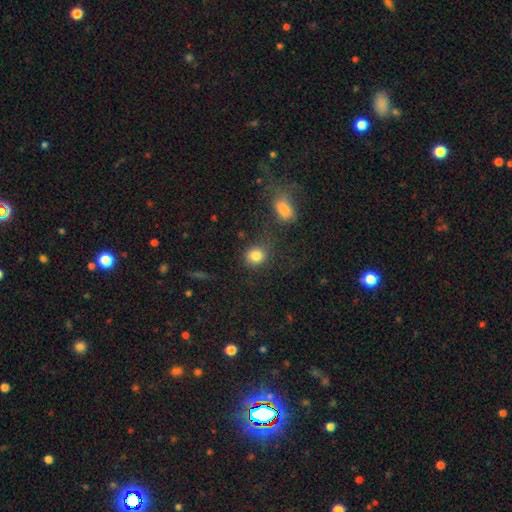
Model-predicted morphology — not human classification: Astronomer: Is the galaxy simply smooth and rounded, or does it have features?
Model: smooth — 85%.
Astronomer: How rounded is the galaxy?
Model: round — 75%.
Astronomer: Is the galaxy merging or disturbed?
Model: none — 68%.